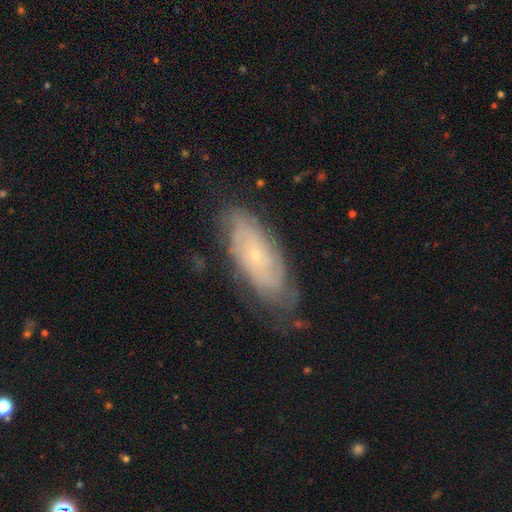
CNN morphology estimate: The model was most divided on "spiral arm count": can't tell: 56%, 2: 19%, 3: 9%, 4: 8%, more than 4: 5%, 1: 4%. More confident: edge-on disk — no (89%); spiral arms — yes (89%); bulge size — small (83%); bar — no (79%); spiral winding — tight (73%); smooth or featured — featured or disk (71%); merging — none (71%).